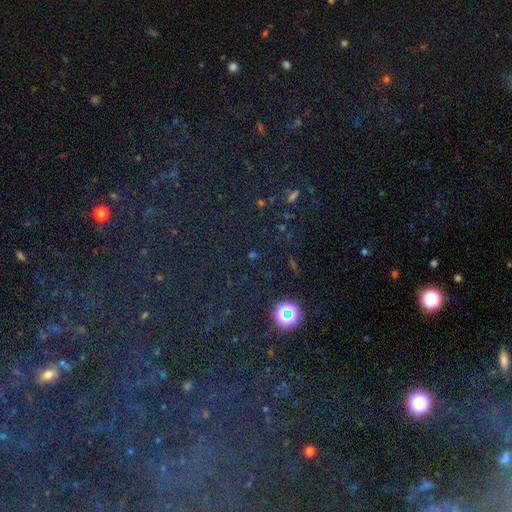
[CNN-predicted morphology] smooth_or_featured: star or artifact (p=0.74) [alt: smooth p=0.15]